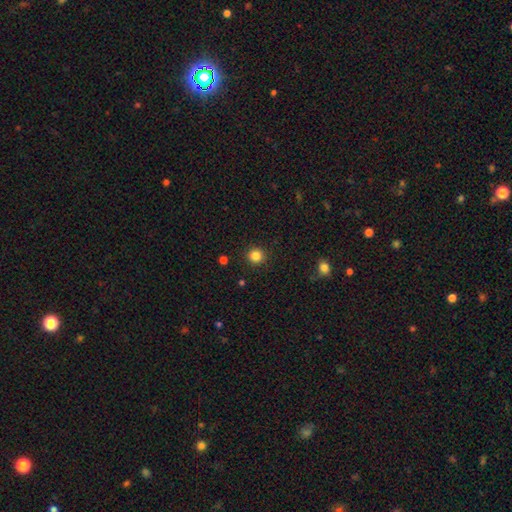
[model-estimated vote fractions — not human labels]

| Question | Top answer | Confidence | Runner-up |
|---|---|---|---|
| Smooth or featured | smooth | 85% | star or artifact (12%) |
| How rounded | round | 94% | in between (5%) |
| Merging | none | 92% | minor disturbance (5%) |